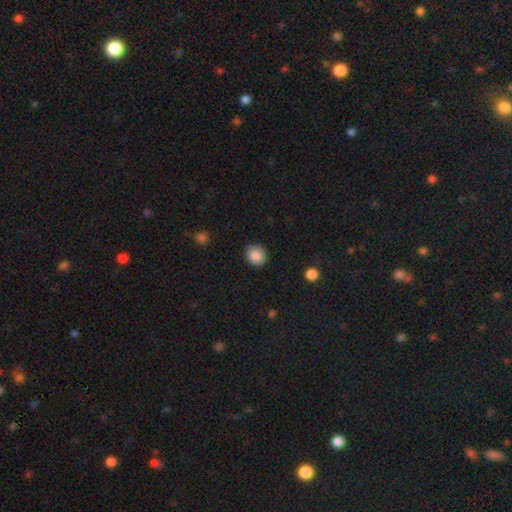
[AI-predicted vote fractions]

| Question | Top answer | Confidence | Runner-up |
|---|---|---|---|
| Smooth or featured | smooth | 87% | star or artifact (8%) |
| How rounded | round | 72% | in between (27%) |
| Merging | none | 89% | minor disturbance (8%) |